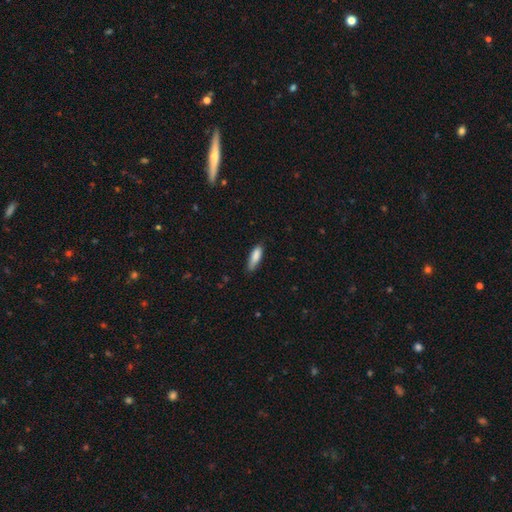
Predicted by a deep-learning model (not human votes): smooth 85%, featured or disk 8%, star or artifact 6%. Down the decision tree: how rounded — cigar-shaped (51%); merging — none (72%).